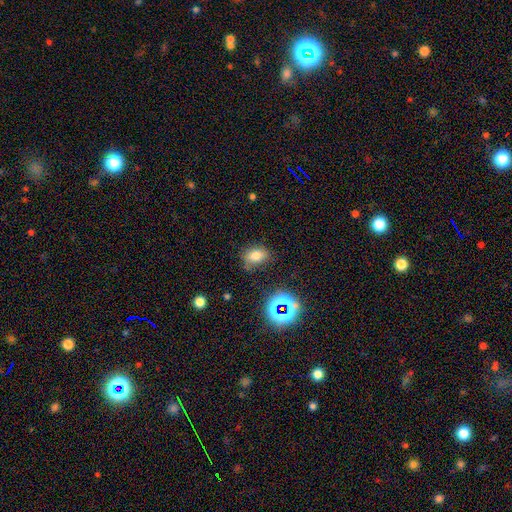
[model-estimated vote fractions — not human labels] The model was most divided on "how rounded": in between: 72%, round: 26%, cigar-shaped: 2%. More confident: smooth or featured — smooth (72%); merging — none (71%).